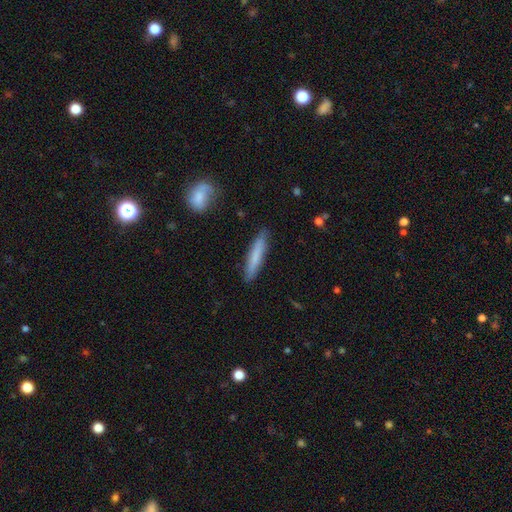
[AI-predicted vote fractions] This appears to be a smooth galaxy with no disk features (74%) that is cigar-shaped (91%). Merging: none (86%).